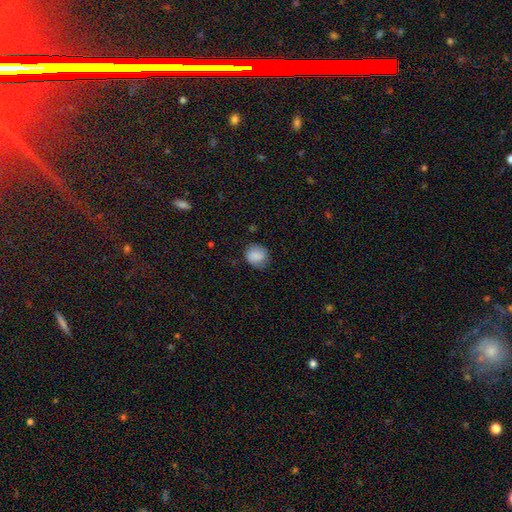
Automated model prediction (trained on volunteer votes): This appears to be a smooth galaxy with no disk features (85%) that is round (77%). Merging: none (77%).